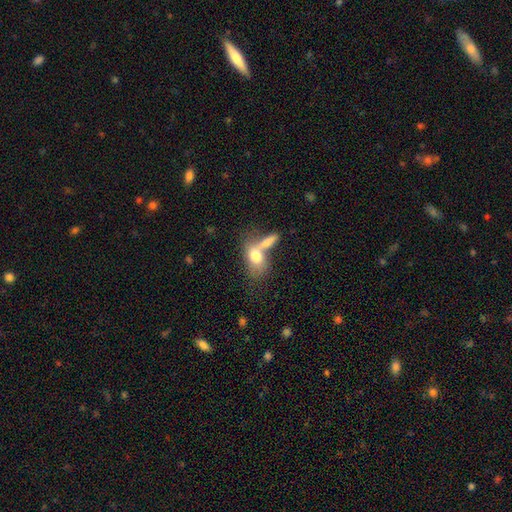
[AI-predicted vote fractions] This is likely a smooth galaxy (72%). How rounded: clearly in between (81%). Merging: possibly merger (54%).